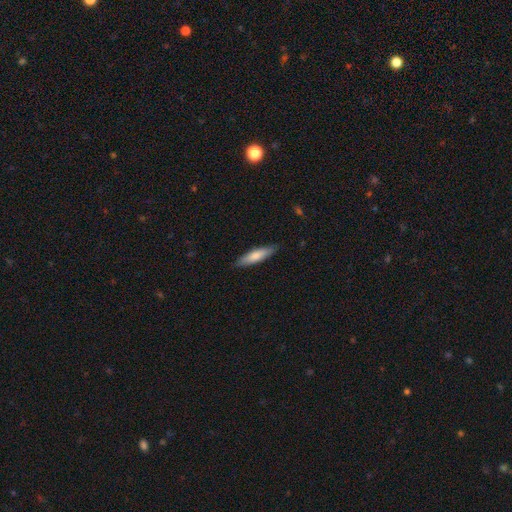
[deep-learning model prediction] smooth 74%, featured or disk 21%, star or artifact 5%. Down the decision tree: how rounded — cigar-shaped (72%); merging — none (87%).